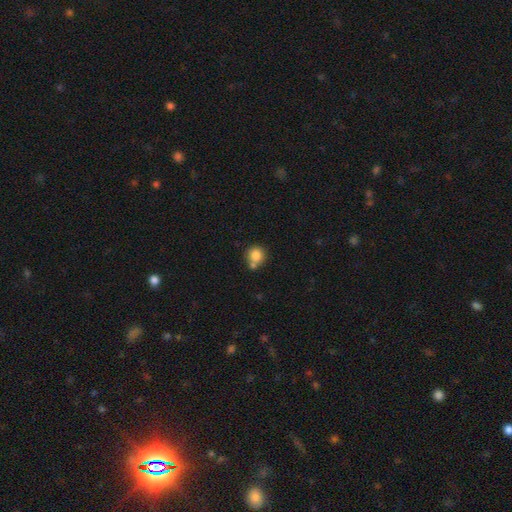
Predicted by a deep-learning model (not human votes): This is clearly a smooth galaxy (82%). How rounded: clearly round (89%). Merging: possibly none (56%).